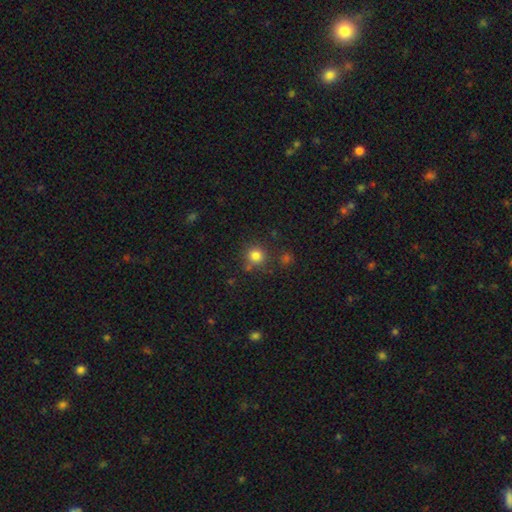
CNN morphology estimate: Q: Smooth or featured?
A: smooth (81%); runner-up: star or artifact (13%)
Q: How rounded?
A: round (92%); runner-up: in between (7%)
Q: Merging?
A: none (76%); runner-up: minor disturbance (12%)